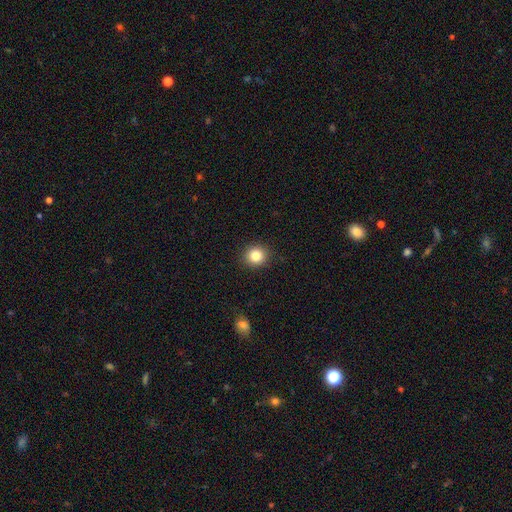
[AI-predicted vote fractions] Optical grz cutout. It shows a smooth galaxy with no disk features (84%) that is round (86%). Merging: none (91%).